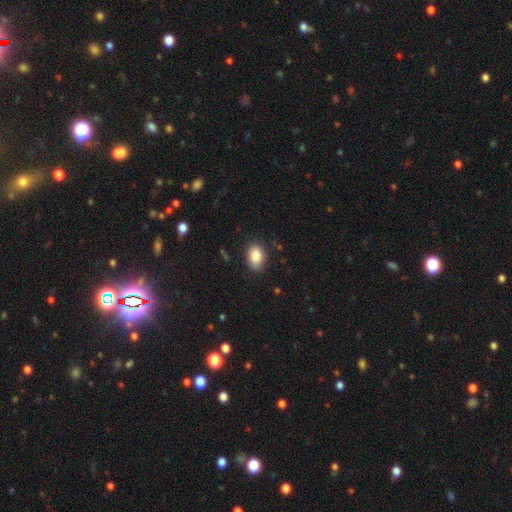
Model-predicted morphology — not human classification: Smooth or featured? Predicted: smooth (p=0.87). How rounded? Predicted: in between (p=0.87). Merging? Predicted: none (p=0.85).